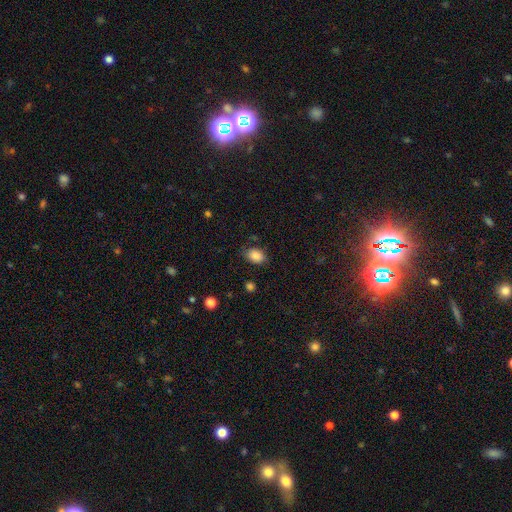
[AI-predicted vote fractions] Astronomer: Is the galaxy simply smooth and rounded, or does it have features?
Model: smooth — 85%.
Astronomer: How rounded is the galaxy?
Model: in between — 75%.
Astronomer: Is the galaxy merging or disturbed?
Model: none — 70%.